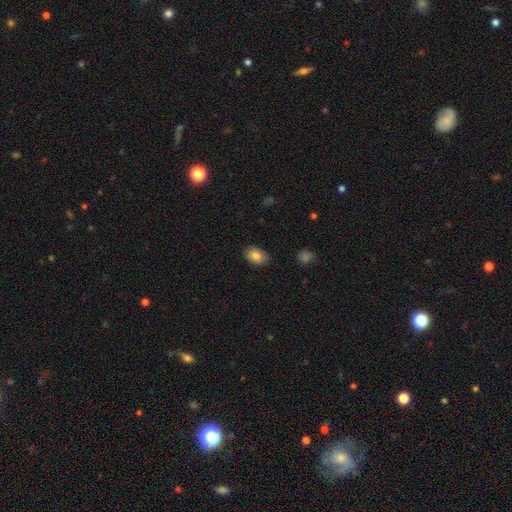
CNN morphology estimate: Q: Smooth or featured?
A: smooth (83%); runner-up: featured or disk (9%)
Q: How rounded?
A: in between (81%); runner-up: round (17%)
Q: Merging?
A: none (85%); runner-up: minor disturbance (12%)